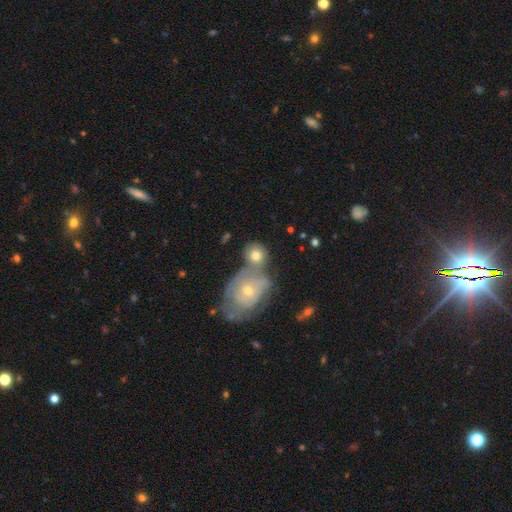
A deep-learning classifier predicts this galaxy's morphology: smooth_or_featured: smooth (p=0.61) [alt: featured or disk p=0.30]
how_rounded: round (p=0.76) [alt: in between p=0.22]
merging: merger (p=0.47) [alt: none p=0.37]